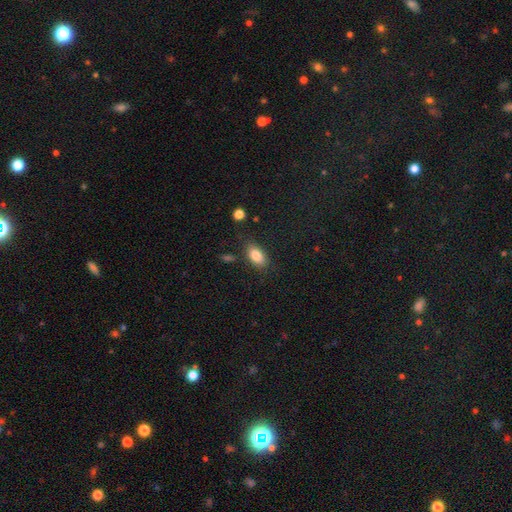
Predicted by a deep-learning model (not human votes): Smooth or featured? Predicted: smooth (p=0.84). How rounded? Predicted: in between (p=0.89). Merging? Predicted: none (p=0.79).